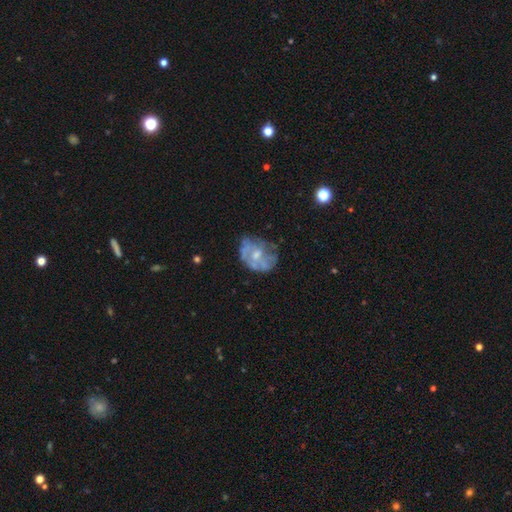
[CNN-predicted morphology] type=featured or disk (63%); edge-on=no (97%); bar=no (75%); spiral arms=no (67%); bulge=moderate (43%); merging=none (47%).